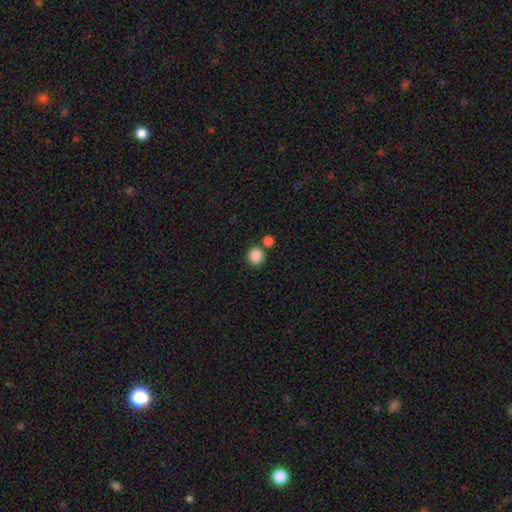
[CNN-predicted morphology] A smooth galaxy with no disk features (87%) that is round (88%).

Vote fractions:
- Smooth or featured? smooth: 87% / star or artifact: 9% / featured or disk: 3%
- How rounded? round: 88% / in between: 11% / cigar-shaped: 1%
- Merging? none: 74% / merger: 15% / minor disturbance: 8% / major disturbance: 3%